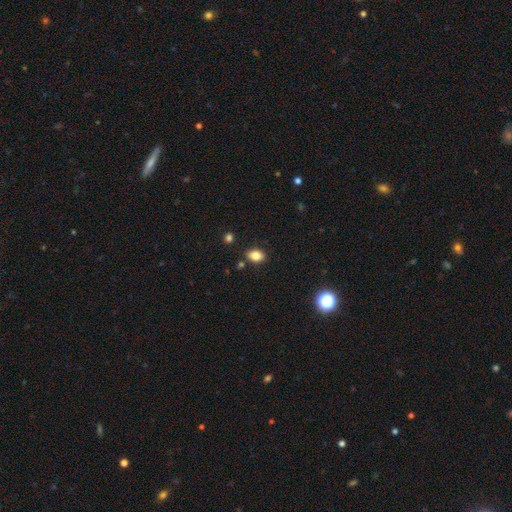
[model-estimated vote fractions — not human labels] smooth-or-featured: smooth: 83% | star or artifact: 10% | featured or disk: 7%
  how-rounded: in between: 77% | round: 22% | cigar-shaped: 1%
  merging: none: 84% | minor disturbance: 10% | merger: 4% | major disturbance: 2%